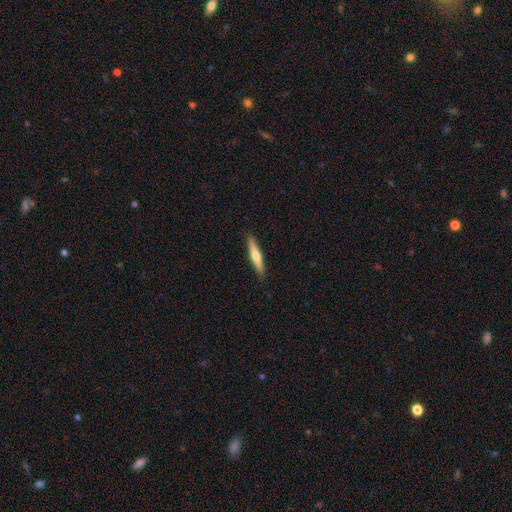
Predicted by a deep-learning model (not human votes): smooth-or-featured: featured or disk: 48% | smooth: 46% | star or artifact: 5%
  merging: none: 90% | minor disturbance: 7% | major disturbance: 2% | merger: 1%